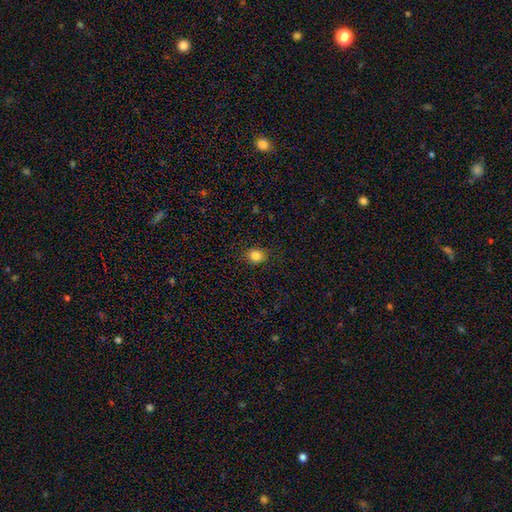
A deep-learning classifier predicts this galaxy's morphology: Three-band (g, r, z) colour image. It shows a smooth galaxy with no disk features (84%) that is round (68%). Merging: none (85%).